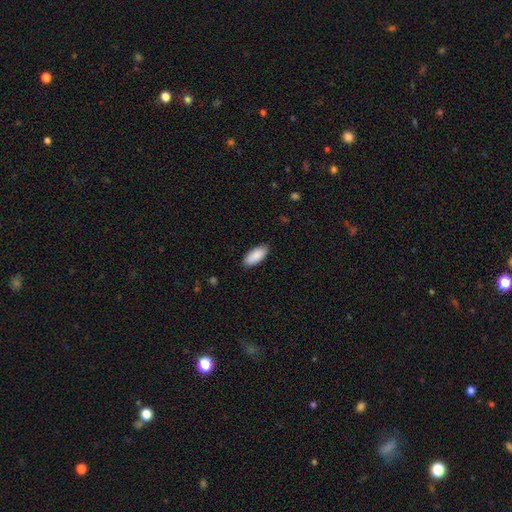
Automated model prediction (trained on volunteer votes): This appears to be a smooth galaxy with no disk features (89%) that is in between round and cigar-shaped (85%). Merging: none (88%).